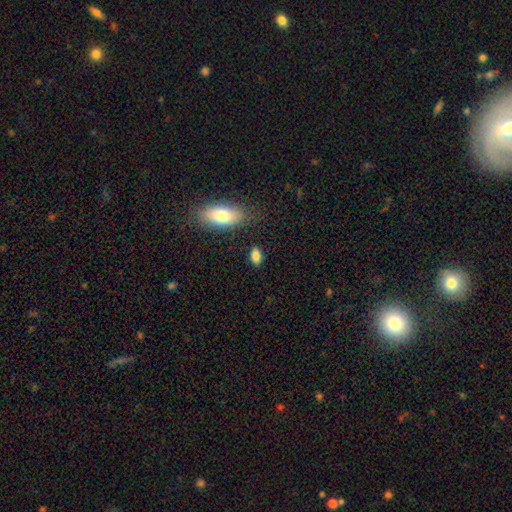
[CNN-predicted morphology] This is clearly a smooth galaxy (84%). How rounded: clearly in between (89%). Merging: clearly none (83%).